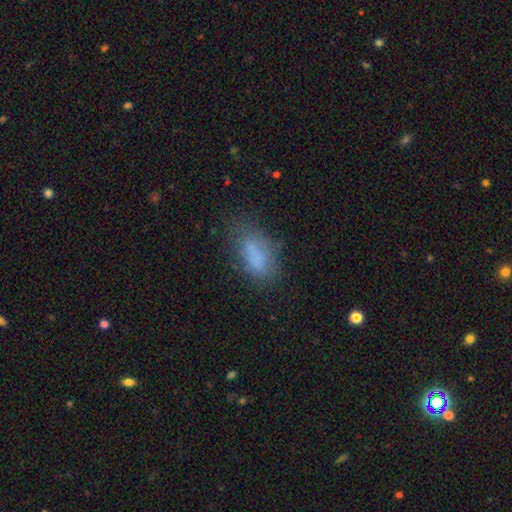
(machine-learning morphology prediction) Smooth or featured? smooth (73%)
How rounded? in between (85%)
Merging? none (56%)